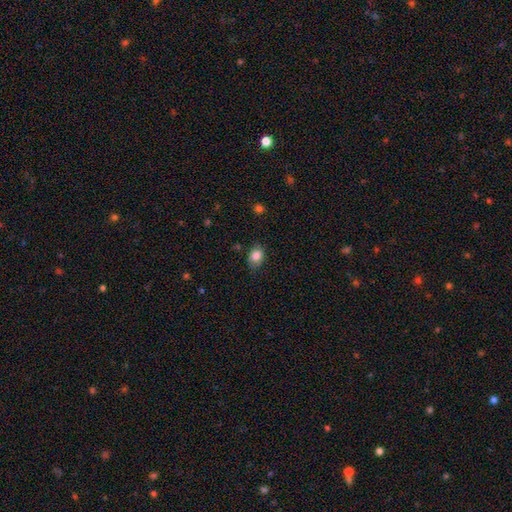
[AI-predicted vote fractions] Morphology: type=smooth (83%); roundness=in between (69%); merging=none (74%).